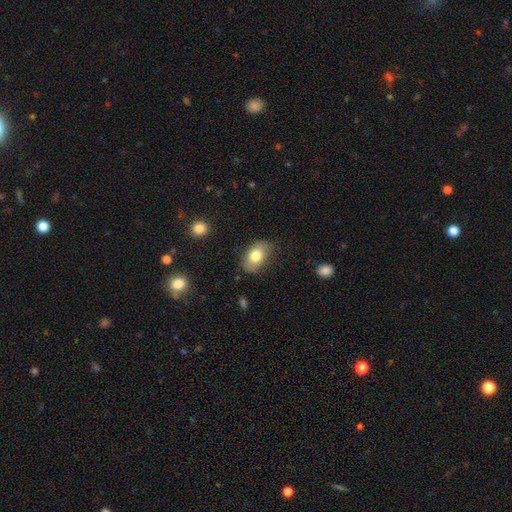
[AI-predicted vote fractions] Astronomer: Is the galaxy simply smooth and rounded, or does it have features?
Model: smooth — 78%.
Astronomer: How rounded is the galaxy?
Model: in between — 85%.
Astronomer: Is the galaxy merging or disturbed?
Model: none — 77%.